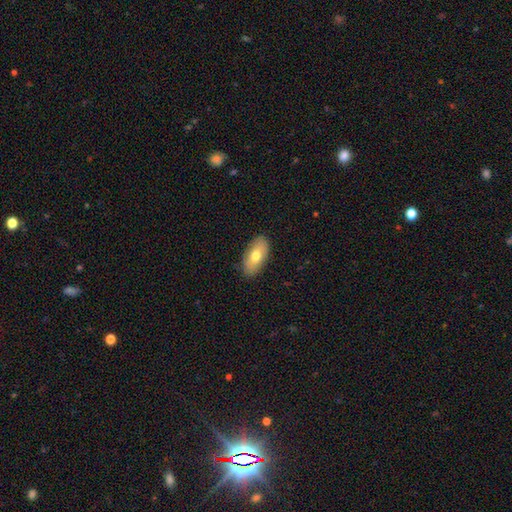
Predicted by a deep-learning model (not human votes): This appears to be a smooth galaxy with no disk features (71%) that is in between round and cigar-shaped (91%). Merging: none (88%).